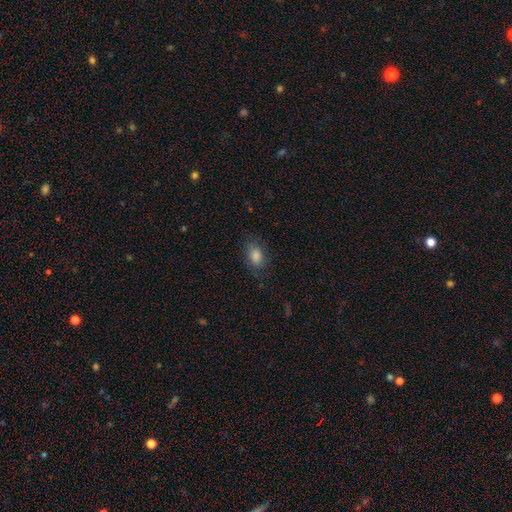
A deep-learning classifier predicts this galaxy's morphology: smooth-or-featured: smooth: 77% | star or artifact: 12% | featured or disk: 11%
  how-rounded: in between: 78% | round: 20% | cigar-shaped: 2%
  merging: none: 74% | minor disturbance: 18% | major disturbance: 7% | merger: 1%